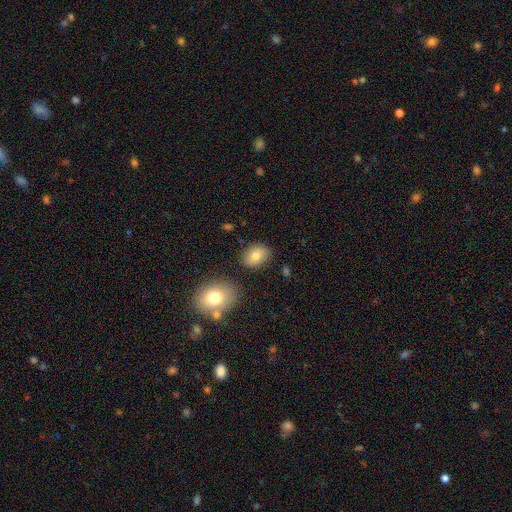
smooth_or_featured: smooth (p=0.70) [alt: featured or disk p=0.24]
how_rounded: in between (p=0.77) [alt: round p=0.23]
merging: none (p=0.69) [alt: minor disturbance p=0.20]